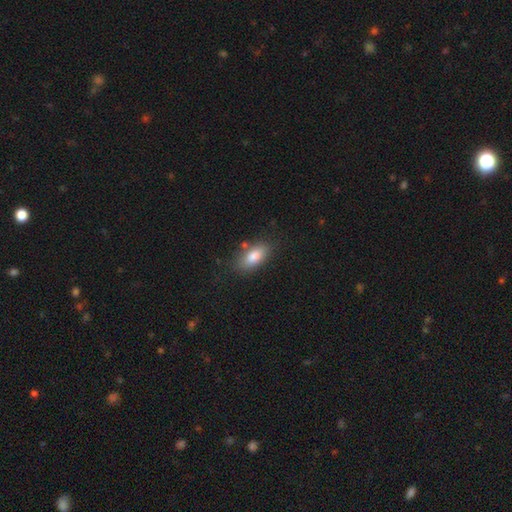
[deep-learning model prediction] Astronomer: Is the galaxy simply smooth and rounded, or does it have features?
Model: smooth — 81%.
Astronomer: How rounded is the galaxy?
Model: in between — 88%.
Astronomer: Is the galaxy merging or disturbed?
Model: none — 78%.